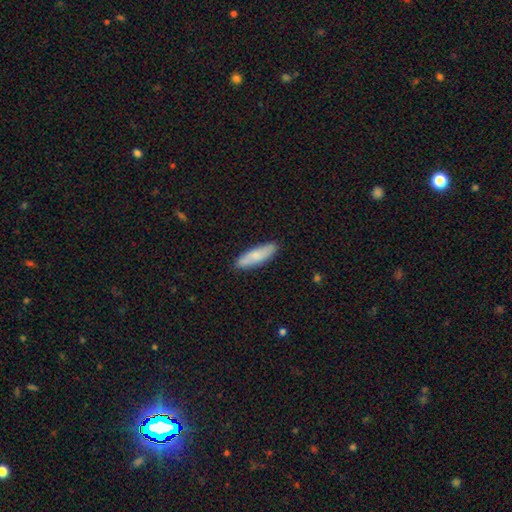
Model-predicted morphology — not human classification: The model was most divided on "how rounded": cigar-shaped: 61%, in between: 37%, round: 2%. More confident: merging — none (87%); smooth or featured — smooth (77%).